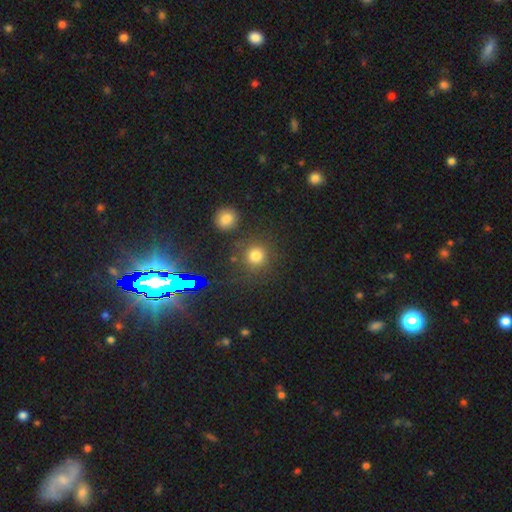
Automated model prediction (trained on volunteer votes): Smooth or featured: smooth — 73% (star or artifact — 20%)
How rounded: round — 91% (in between — 7%)
Merging: none — 80% (minor disturbance — 9%)